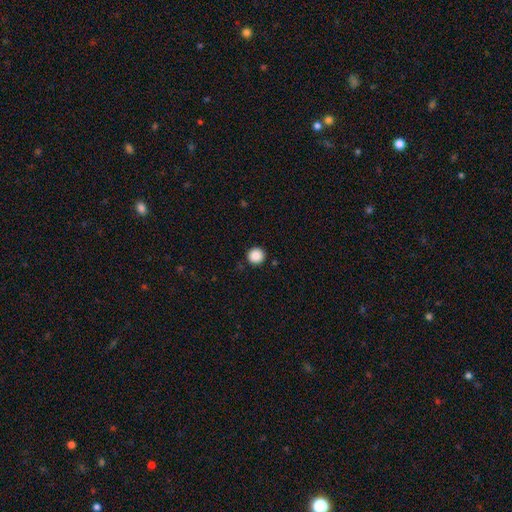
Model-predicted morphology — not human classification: Q: Smooth or featured?
A: smooth (87%); runner-up: star or artifact (9%)
Q: How rounded?
A: round (95%); runner-up: in between (4%)
Q: Merging?
A: none (92%); runner-up: minor disturbance (5%)